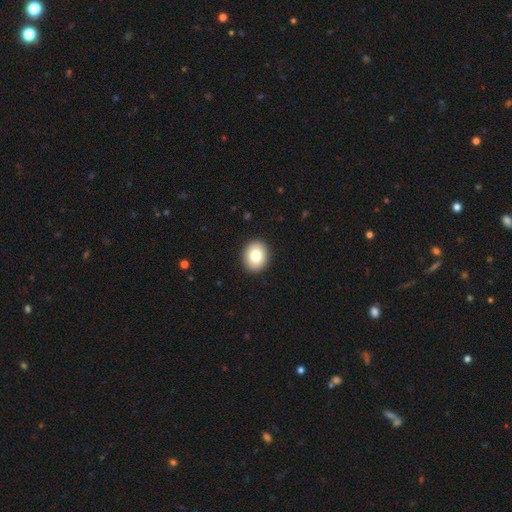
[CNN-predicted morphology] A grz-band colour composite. It shows a smooth galaxy with no disk features (81%) that is round (58%). Merging: none (92%).